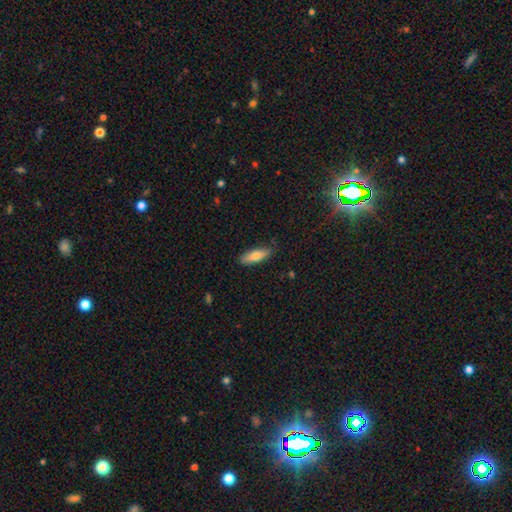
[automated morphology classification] The model was most divided on "how rounded": cigar-shaped: 51%, in between: 47%, round: 2%. More confident: merging — none (84%); smooth or featured — smooth (74%).